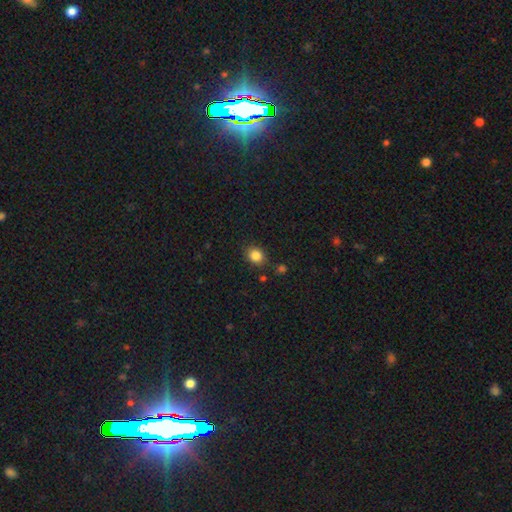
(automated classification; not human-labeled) This is clearly a smooth galaxy (84%). How rounded: likely round (60%). Merging: clearly none (83%).